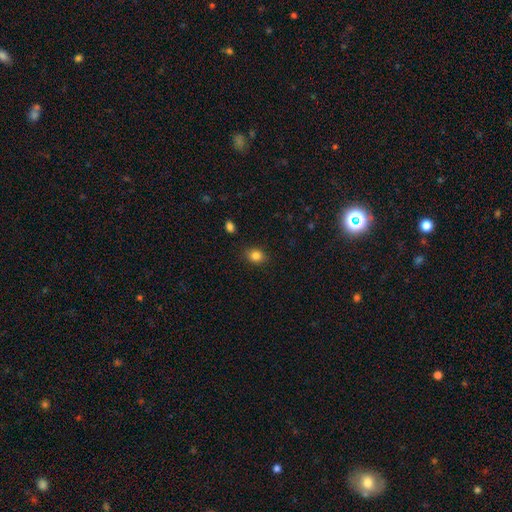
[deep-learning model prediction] smooth 84%, star or artifact 11%, featured or disk 6%. Down the decision tree: how rounded — round (54%); merging — none (85%).